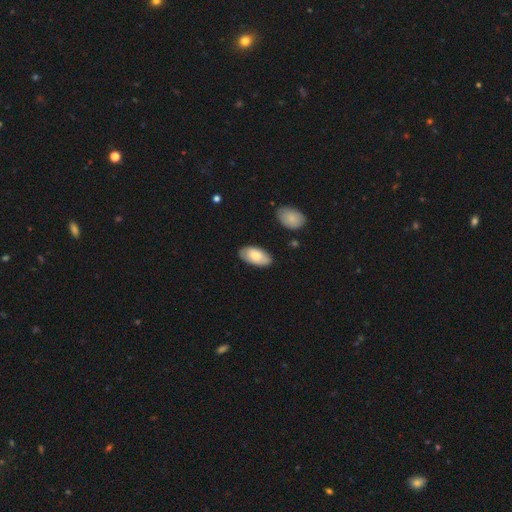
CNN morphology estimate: This appears to be a smooth galaxy with no disk features (76%) that is in between round and cigar-shaped (95%). Merging: none (81%).